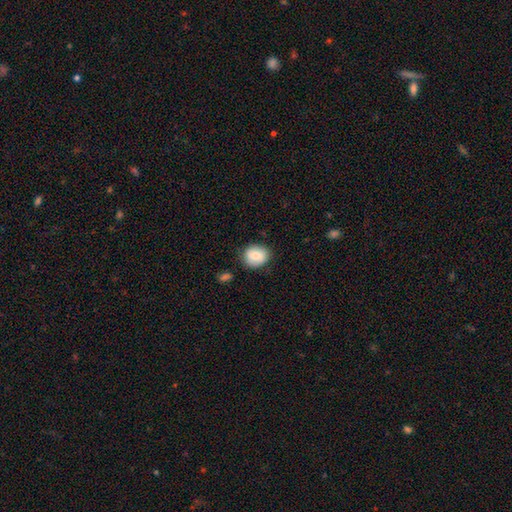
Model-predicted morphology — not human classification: A smooth galaxy with no disk features (82%) that is round (69%). Merging: none (80%).